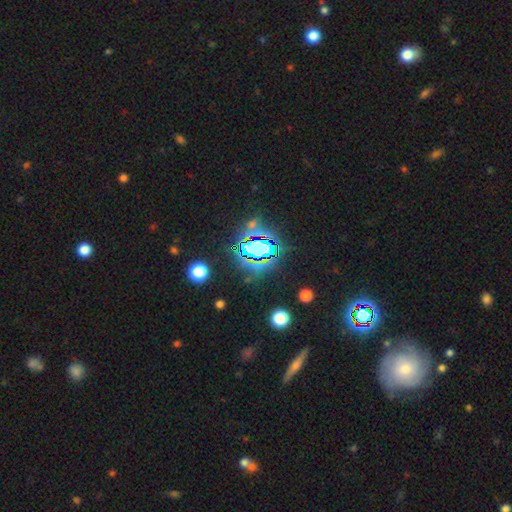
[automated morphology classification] Smooth or featured?
  - star or artifact: 74% *
  - smooth: 16%
  - featured or disk: 10%